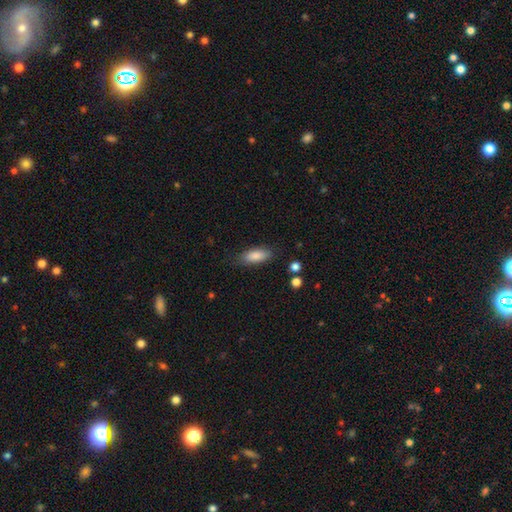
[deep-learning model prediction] The model was most divided on "how rounded": in between: 77%, cigar-shaped: 20%, round: 2%. More confident: smooth or featured — smooth (86%); merging — none (80%).